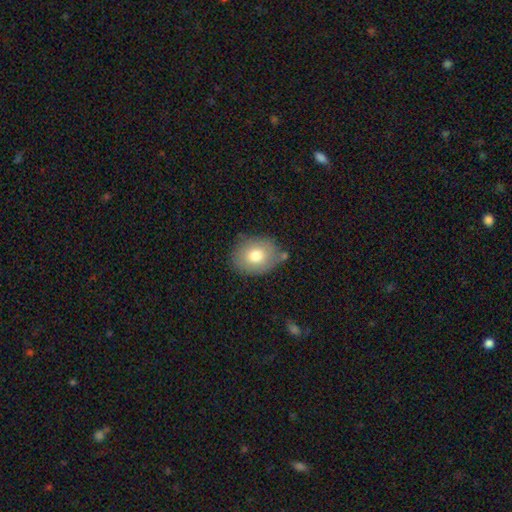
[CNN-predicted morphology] smooth 75%, featured or disk 16%, star or artifact 9%. Down the decision tree: how rounded — in between (52%); merging — none (74%).